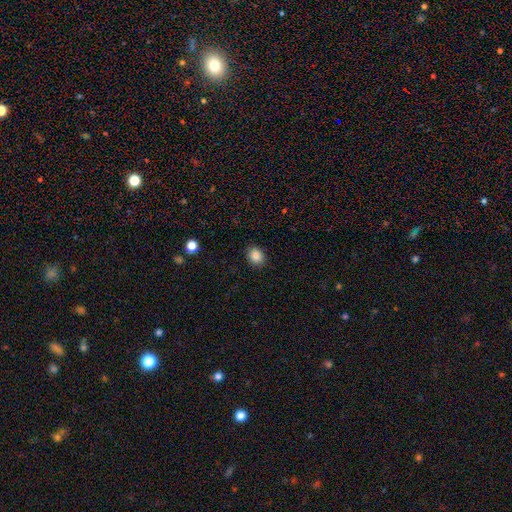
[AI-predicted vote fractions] smooth 87%, star or artifact 9%, featured or disk 4%. Down the decision tree: how rounded — round (55%); merging — none (90%).